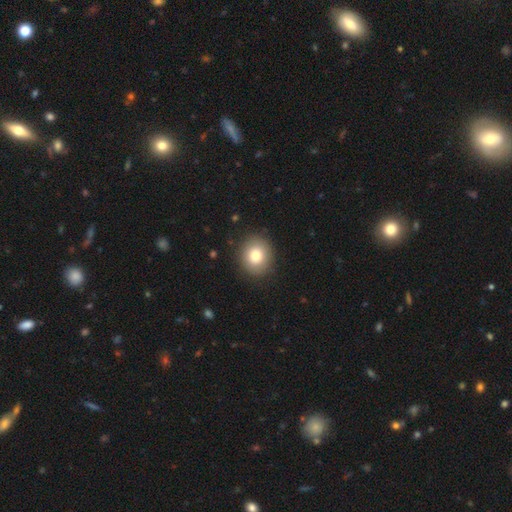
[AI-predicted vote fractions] A smooth galaxy with no disk features (80%) that is round (76%).

Vote fractions:
- Smooth or featured? smooth: 80% / featured or disk: 11% / star or artifact: 9%
- How rounded? round: 76% / in between: 23% / cigar-shaped: 1%
- Merging? none: 89% / minor disturbance: 8% / major disturbance: 2% / merger: 1%